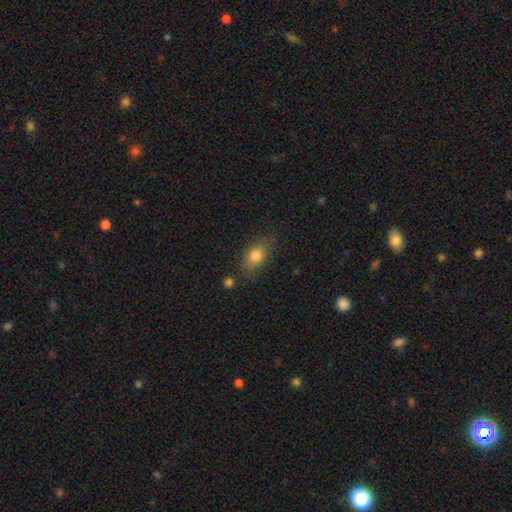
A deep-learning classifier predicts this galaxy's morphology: Smooth or featured: smooth — 79% (featured or disk — 11%)
How rounded: in between — 80% (round — 15%)
Merging: none — 73% (minor disturbance — 18%)